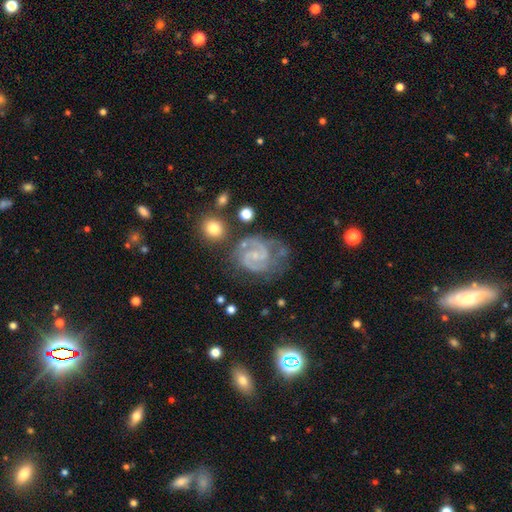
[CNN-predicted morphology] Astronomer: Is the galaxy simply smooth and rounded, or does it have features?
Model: featured or disk — 87%.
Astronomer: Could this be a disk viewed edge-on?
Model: no — 98%.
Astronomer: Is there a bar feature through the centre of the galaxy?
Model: no — 45% (runner-up: weak, 44%).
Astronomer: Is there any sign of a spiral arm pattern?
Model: yes — 97%.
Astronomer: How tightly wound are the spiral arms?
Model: medium — 49% (runner-up: tight, 41%).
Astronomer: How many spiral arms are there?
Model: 2 — 81%.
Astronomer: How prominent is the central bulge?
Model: small — 66%.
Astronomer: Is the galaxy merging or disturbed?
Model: none — 58%.